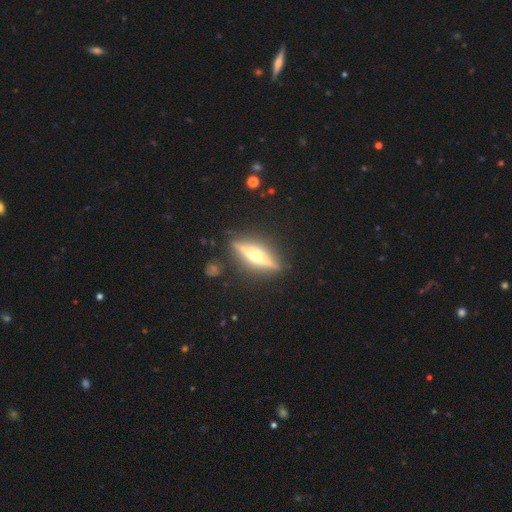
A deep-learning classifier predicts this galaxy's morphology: smooth_or_featured: featured or disk (p=0.79) [alt: smooth p=0.15]
disk_edge_on: yes (p=0.96) [alt: no p=0.04]
edge_on_bulge: rounded (p=0.92) [alt: none p=0.04]
merging: none (p=0.88) [alt: minor disturbance p=0.08]